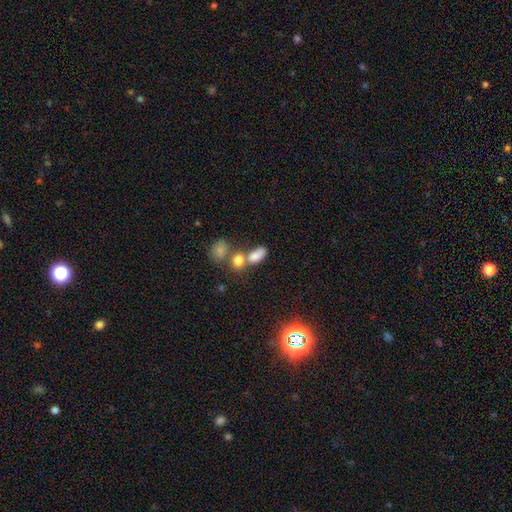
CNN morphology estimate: smooth_or_featured: smooth (p=0.78) [alt: star or artifact p=0.11]
how_rounded: in between (p=0.84) [alt: round p=0.12]
merging: merger (p=0.43) [alt: none p=0.38]